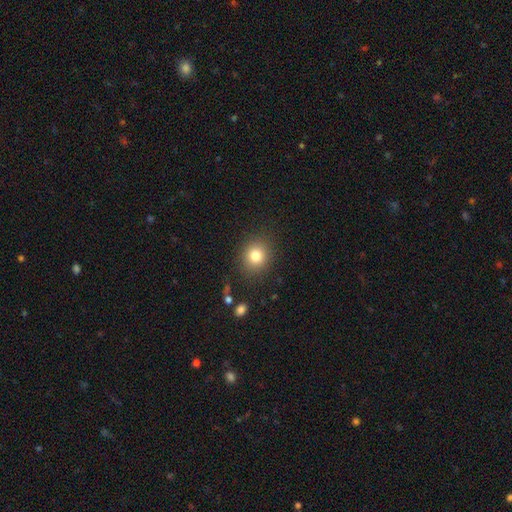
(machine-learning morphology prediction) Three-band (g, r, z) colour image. It shows a smooth galaxy with no disk features (80%) that is round (75%). Merging: none (86%).